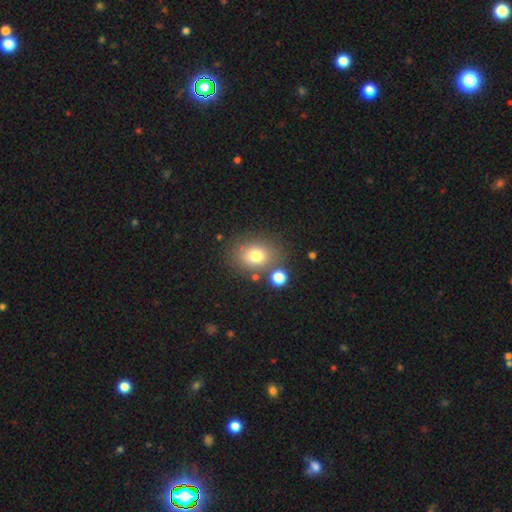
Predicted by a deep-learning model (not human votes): Q: Smooth or featured?
A: smooth (75%); runner-up: star or artifact (13%)
Q: How rounded?
A: in between (50%); runner-up: round (49%)
Q: Merging?
A: none (73%); runner-up: minor disturbance (12%)